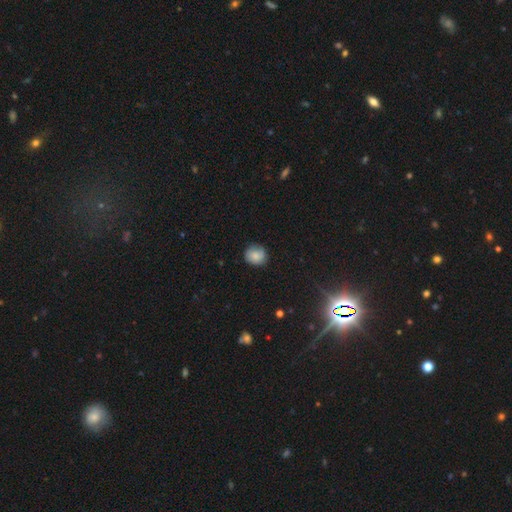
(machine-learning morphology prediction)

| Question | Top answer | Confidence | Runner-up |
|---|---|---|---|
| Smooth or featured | smooth | 82% | featured or disk (10%) |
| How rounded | round | 82% | in between (17%) |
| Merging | none | 80% | minor disturbance (16%) |